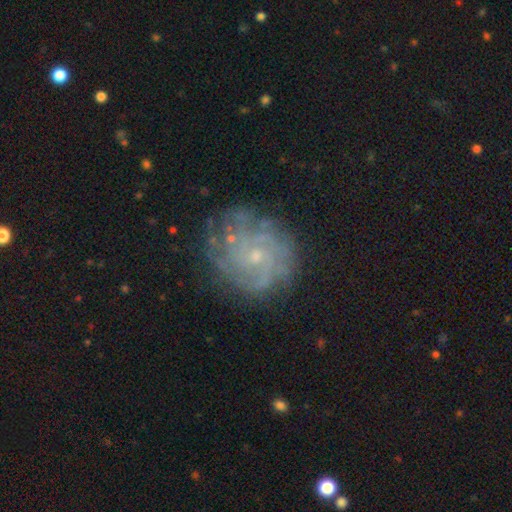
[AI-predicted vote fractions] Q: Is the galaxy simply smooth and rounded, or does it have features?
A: featured or disk — 78%.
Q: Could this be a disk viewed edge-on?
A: no — 97%.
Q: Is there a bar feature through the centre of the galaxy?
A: no — 78%.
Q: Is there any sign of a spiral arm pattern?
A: yes — 90%.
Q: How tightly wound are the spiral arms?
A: tight — 66%.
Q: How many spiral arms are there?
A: can't tell — 43%.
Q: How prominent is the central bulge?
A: small — 76%.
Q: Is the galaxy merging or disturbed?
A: none — 76%.